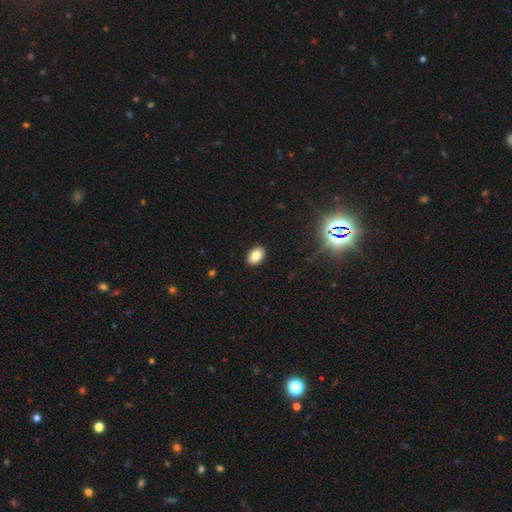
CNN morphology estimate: Smooth or featured? smooth (81%)
How rounded? in between (86%)
Merging? none (90%)